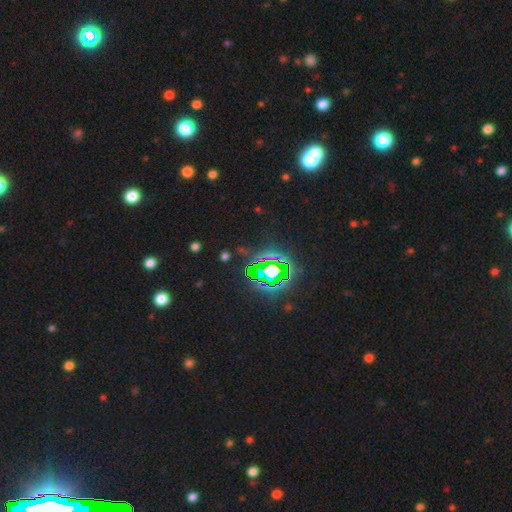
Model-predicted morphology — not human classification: This is clearly a star or artifact rather than a galaxy (82%).